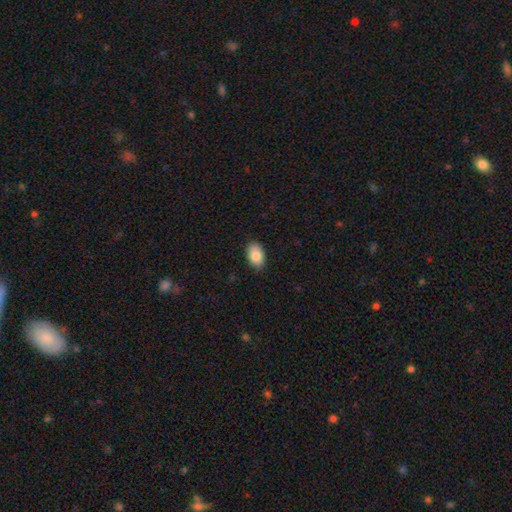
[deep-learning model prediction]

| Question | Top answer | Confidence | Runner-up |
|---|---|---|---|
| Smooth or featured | smooth | 85% | featured or disk (8%) |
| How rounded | in between | 90% | round (9%) |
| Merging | none | 86% | minor disturbance (11%) |